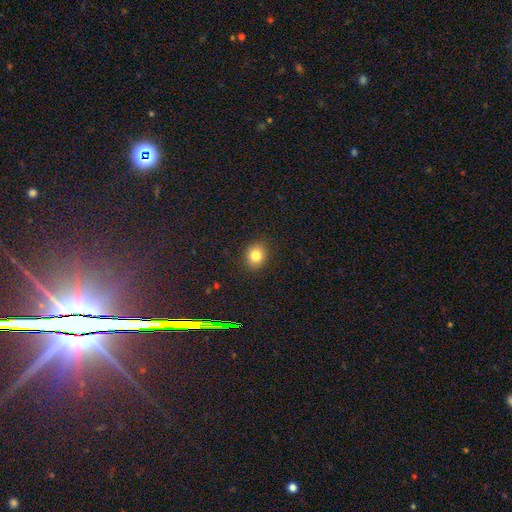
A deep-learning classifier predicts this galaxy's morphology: Smooth or featured? Predicted: smooth (p=0.81). How rounded? Predicted: round (p=0.70). Merging? Predicted: none (p=0.88).